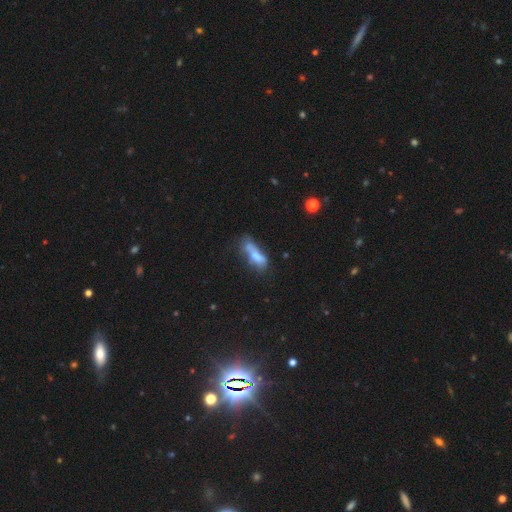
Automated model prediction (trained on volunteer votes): This is possibly a smooth galaxy (55%). How rounded: possibly in between (53%). Merging: marginally none (31%).